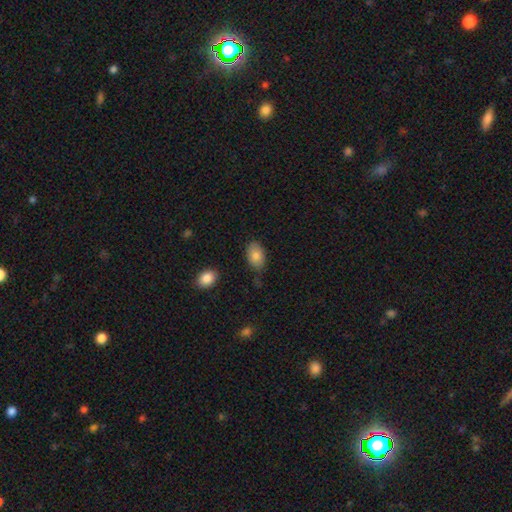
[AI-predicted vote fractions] A smooth galaxy with no disk features (83%) that is in between round and cigar-shaped (89%).

Vote fractions:
- Smooth or featured? smooth: 83% / featured or disk: 9% / star or artifact: 7%
- How rounded? in between: 89% / round: 10% / cigar-shaped: 1%
- Merging? none: 74% / minor disturbance: 19% / major disturbance: 4% / merger: 3%